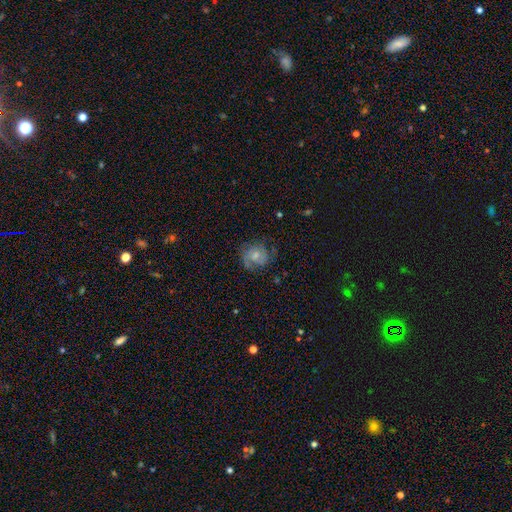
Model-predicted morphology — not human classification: The model was most divided on "smooth or featured": smooth: 47%, featured or disk: 43%, star or artifact: 9%. More confident: merging — none (61%).